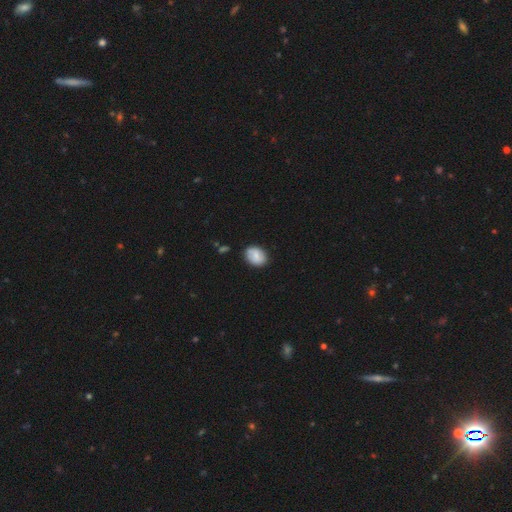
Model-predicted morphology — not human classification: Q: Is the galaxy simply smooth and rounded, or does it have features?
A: smooth — 69%.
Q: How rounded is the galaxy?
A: in between — 68%.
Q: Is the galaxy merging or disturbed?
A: none — 77%.